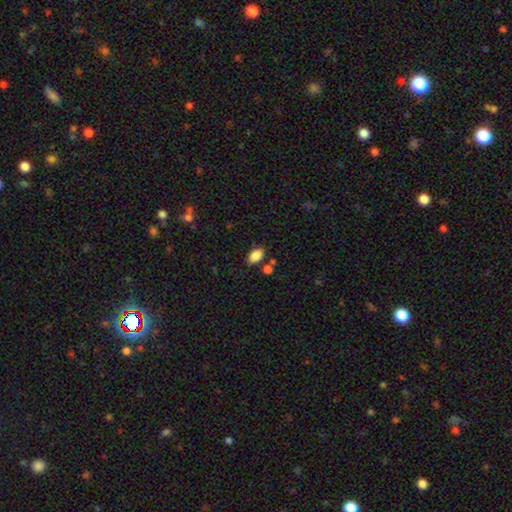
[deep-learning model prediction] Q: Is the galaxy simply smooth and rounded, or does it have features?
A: smooth — 87%.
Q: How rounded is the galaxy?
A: in between — 93%.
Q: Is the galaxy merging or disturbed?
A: none — 78%.